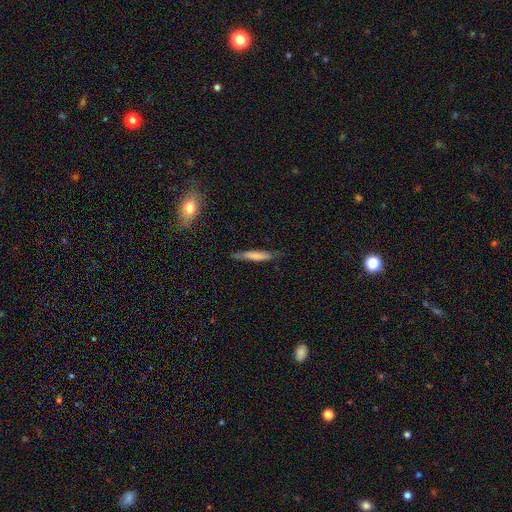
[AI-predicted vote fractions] Smooth or featured: smooth — 66% (featured or disk — 28%)
How rounded: cigar-shaped — 90% (in between — 8%)
Merging: none — 76% (minor disturbance — 19%)